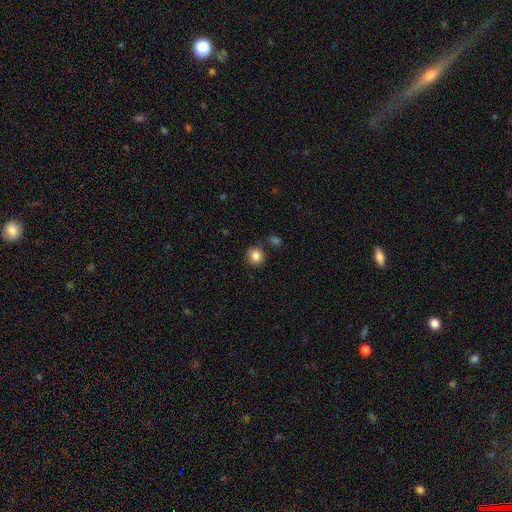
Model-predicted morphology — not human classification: This appears to be a smooth galaxy with no disk features (84%) that is round (87%). Merging: none (81%).